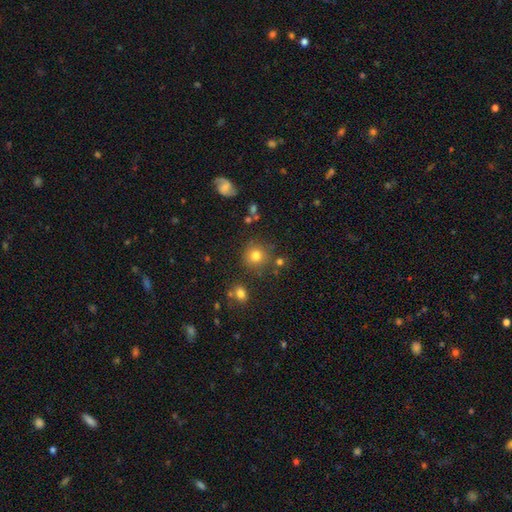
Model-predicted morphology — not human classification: A smooth galaxy with no disk features (78%) that is round (90%). Merging: none (81%).